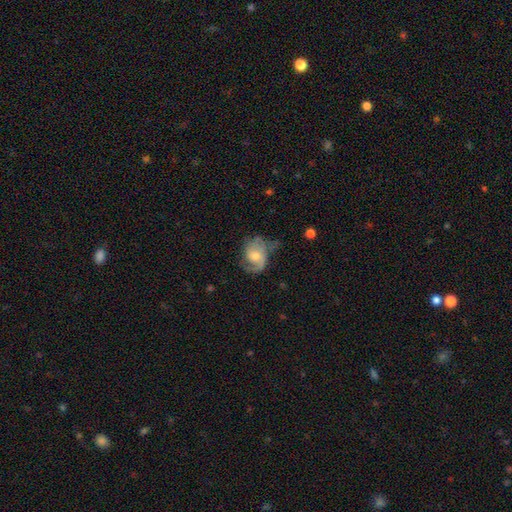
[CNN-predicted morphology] The model was most divided on "spiral winding": medium: 44%, loose: 30%, tight: 26%. Remaining: edge-on disk — no (97%); spiral arms — yes (89%); smooth or featured — featured or disk (70%); bar — no (68%); spiral arm count — 2 (61%); bulge size — moderate (52%); merging — none (44%).